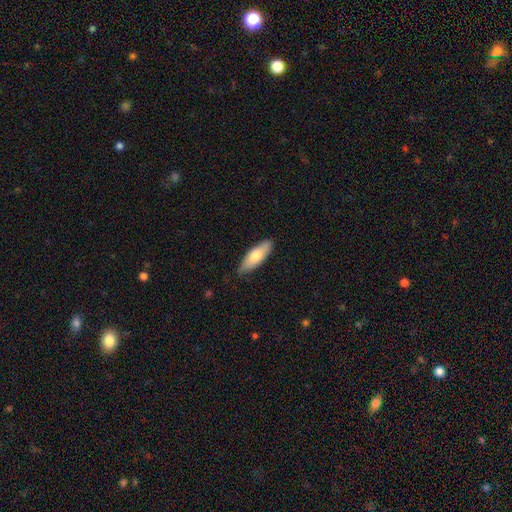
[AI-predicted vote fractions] Morphology: type=smooth (71%); roundness=in between (61%); merging=none (82%).